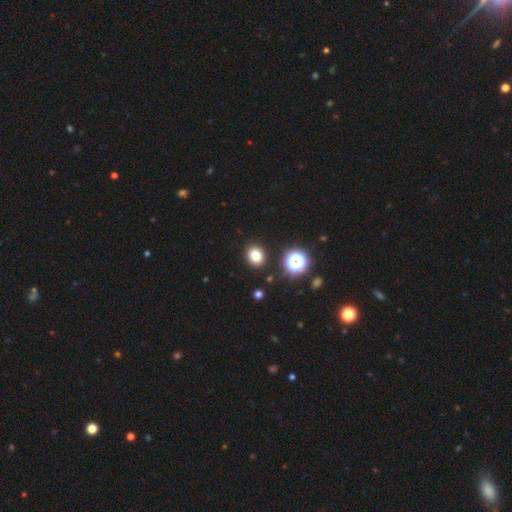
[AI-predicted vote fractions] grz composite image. It shows a smooth galaxy with no disk features (80%) that is round (65%). Merging: none (89%).